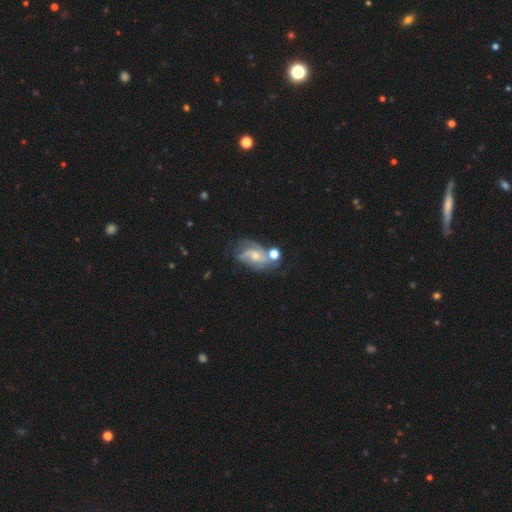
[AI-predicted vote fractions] A featured or disk galaxy (78%) with no bar (58%), 2 (45%) medium (47%) spiral arms (91%) and a small central bulge (44%). Merging: none (40%).